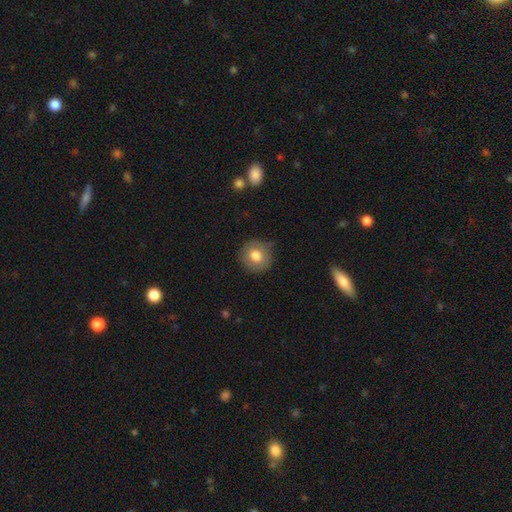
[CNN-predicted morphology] Q: Smooth or featured?
A: smooth (77%); runner-up: featured or disk (14%)
Q: How rounded?
A: round (91%); runner-up: in between (9%)
Q: Merging?
A: none (84%); runner-up: minor disturbance (11%)